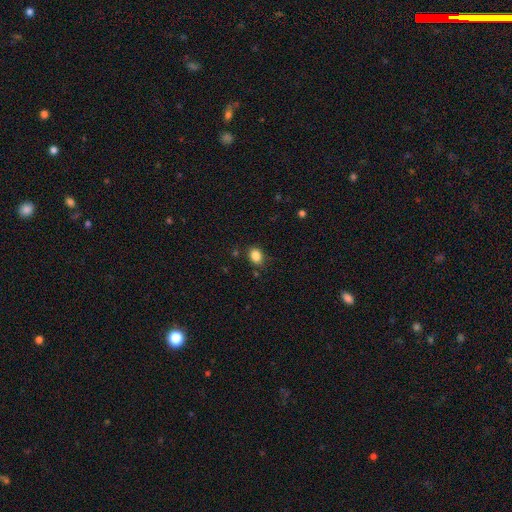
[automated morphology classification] type=smooth (86%); roundness=in between (59%); merging=none (82%).